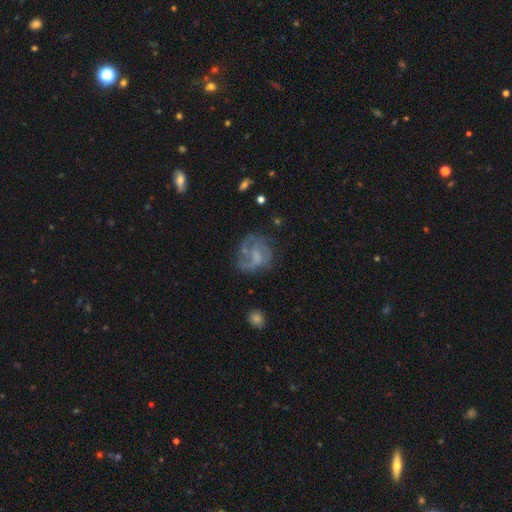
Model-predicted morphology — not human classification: This is likely a featured or disk galaxy (63%). It is clearly not viewed edge-on (98%). Bar: possibly no (48%). Spiral arm pattern: likely yes (70%). Central bulge: possibly none (48%). Merging: possibly none (53%).